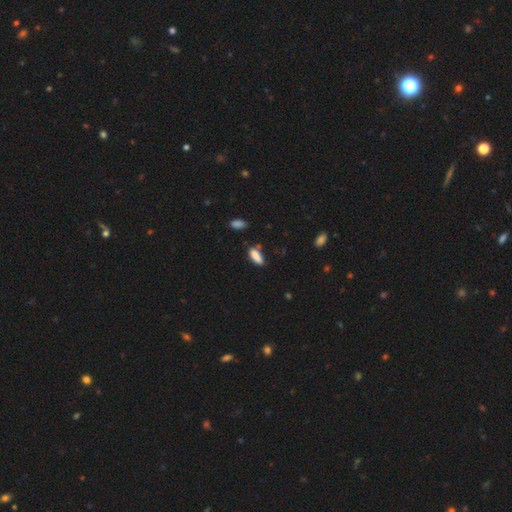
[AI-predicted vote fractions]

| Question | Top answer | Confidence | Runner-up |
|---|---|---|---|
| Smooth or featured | smooth | 85% | star or artifact (8%) |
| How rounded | in between | 69% | cigar-shaped (29%) |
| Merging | none | 64% | minor disturbance (23%) |